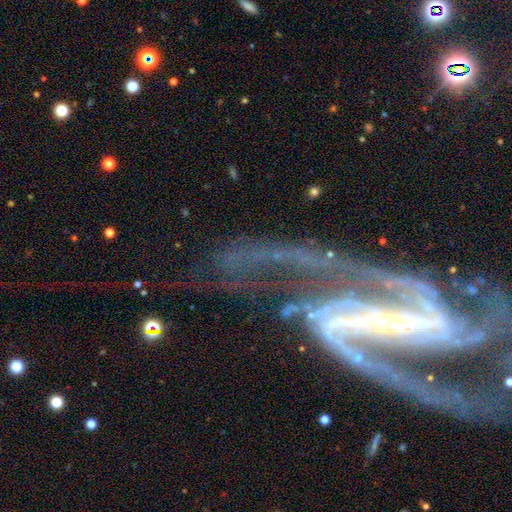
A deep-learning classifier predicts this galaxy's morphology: Smooth or featured? Predicted: featured or disk (p=0.93). Edge-on disk? Predicted: no (p=0.97). Bar? Predicted: strong (p=0.78). Spiral arms? Predicted: yes (p=0.98). Spiral winding? Predicted: medium (p=0.53). Spiral arm count? Predicted: 2 (p=0.80). Bulge size? Predicted: small (p=0.85). Merging? Predicted: none (p=0.56).